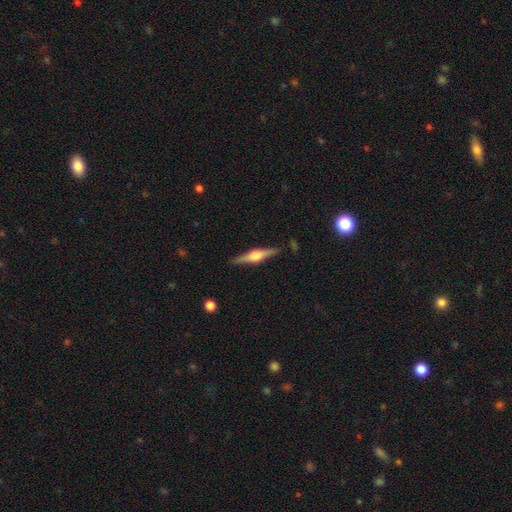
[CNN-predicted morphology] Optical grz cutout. It shows a featured or disk galaxy (76%) viewed edge-on (98%) with a rounded central bulge (90%). Merging: none (89%).